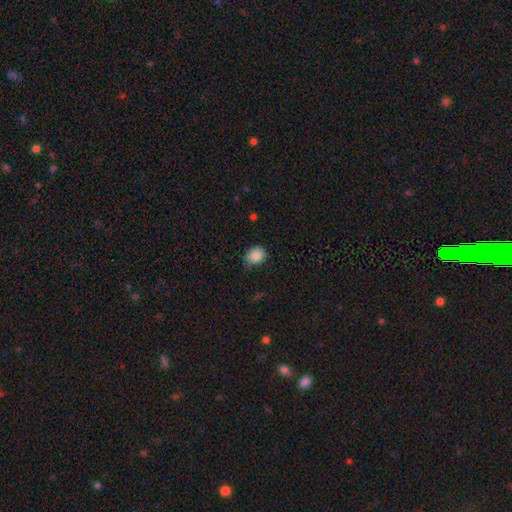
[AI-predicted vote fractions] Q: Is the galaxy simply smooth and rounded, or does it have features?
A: smooth — 87%.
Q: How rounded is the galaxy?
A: round — 50%.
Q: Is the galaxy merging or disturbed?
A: none — 71%.